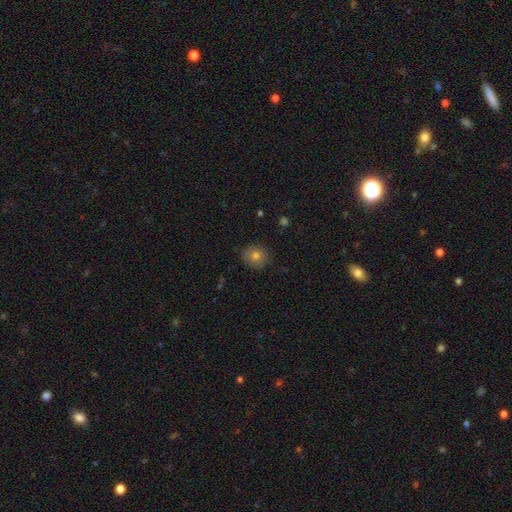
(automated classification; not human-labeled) A smooth galaxy with no disk features (75%) that is round (74%). Merging: none (86%).